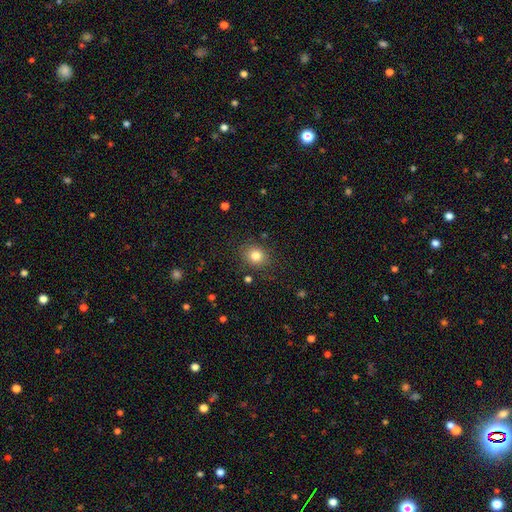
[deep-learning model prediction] smooth_or_featured: smooth (p=0.81) [alt: star or artifact p=0.12]
how_rounded: round (p=0.69) [alt: in between p=0.30]
merging: none (p=0.84) [alt: minor disturbance p=0.10]